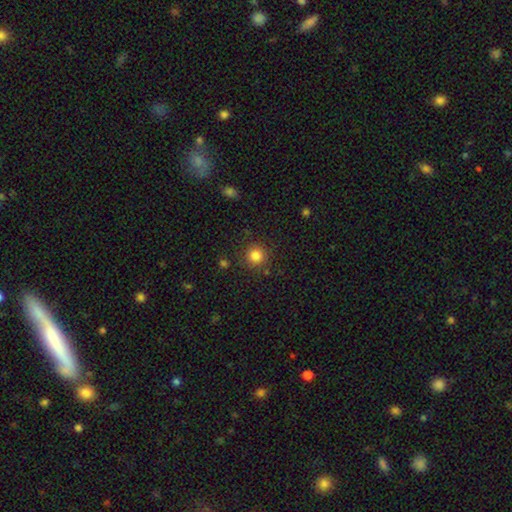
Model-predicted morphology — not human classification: The model was most divided on "smooth or featured": smooth: 84%, star or artifact: 11%, featured or disk: 5%. More confident: how rounded — round (94%); merging — none (87%).